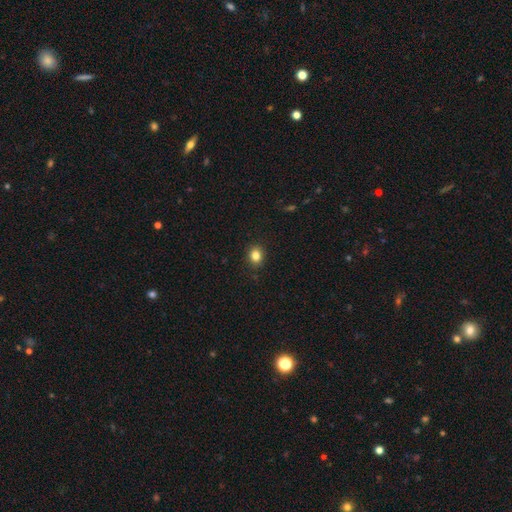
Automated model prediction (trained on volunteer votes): Smooth or featured?
  - smooth: 84% *
  - star or artifact: 11%
  - featured or disk: 5%
How rounded?
  - round: 61% *
  - in between: 38%
  - cigar-shaped: 1%
Merging?
  - none: 90% *
  - minor disturbance: 7%
  - major disturbance: 2%
  - merger: 1%